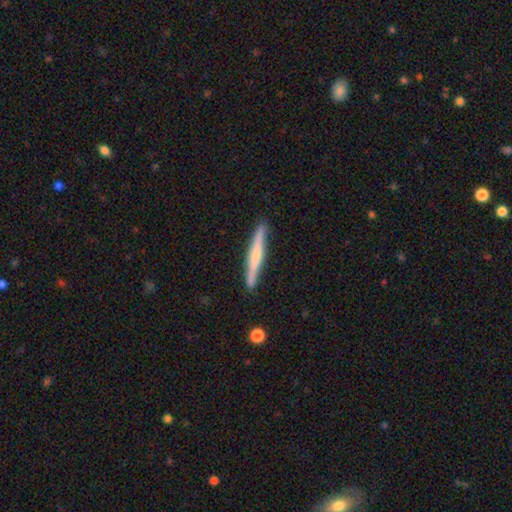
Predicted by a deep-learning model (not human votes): This appears to be a featured or disk galaxy (51%) viewed edge-on (97%). Merging: none (89%).